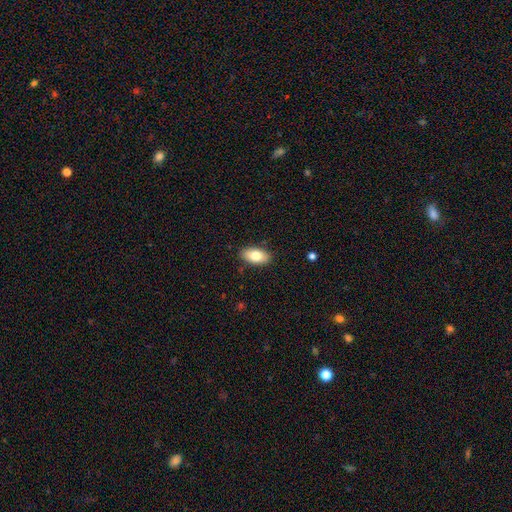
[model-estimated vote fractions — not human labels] Q: Smooth or featured?
A: smooth (79%); runner-up: featured or disk (15%)
Q: How rounded?
A: in between (93%); runner-up: round (4%)
Q: Merging?
A: none (88%); runner-up: minor disturbance (9%)